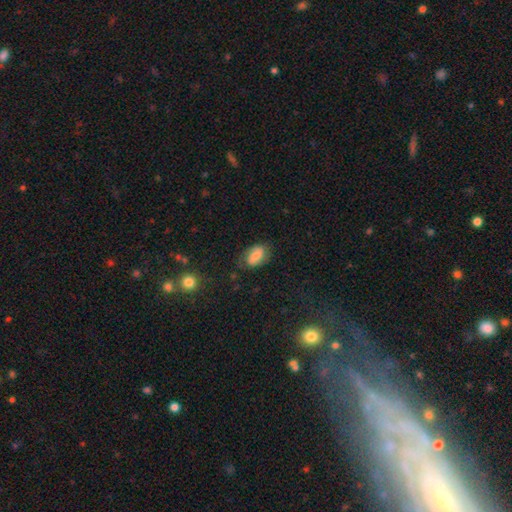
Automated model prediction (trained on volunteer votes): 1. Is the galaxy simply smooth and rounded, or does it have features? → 52% smooth, 40% featured or disk, 9% star or artifact.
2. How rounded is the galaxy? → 88% in between, 10% round, 2% cigar-shaped.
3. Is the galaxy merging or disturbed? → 72% none, 20% minor disturbance, 6% major disturbance, 2% merger.